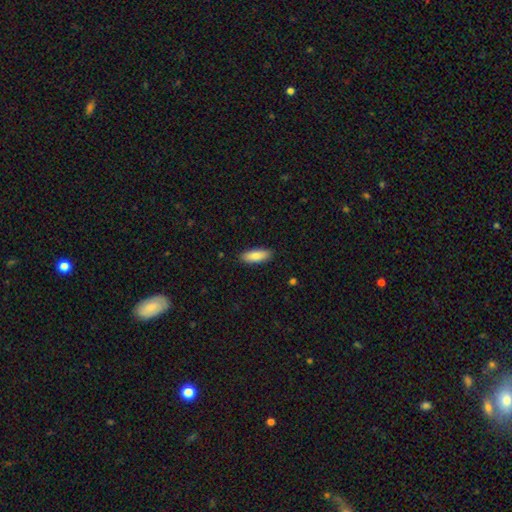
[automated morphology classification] A smooth galaxy with no disk features (85%) that is in between round and cigar-shaped (71%).

Vote fractions:
- Smooth or featured? smooth: 85% / featured or disk: 9% / star or artifact: 6%
- How rounded? in between: 71% / cigar-shaped: 27% / round: 2%
- Merging? none: 89% / minor disturbance: 8% / major disturbance: 2% / merger: 1%